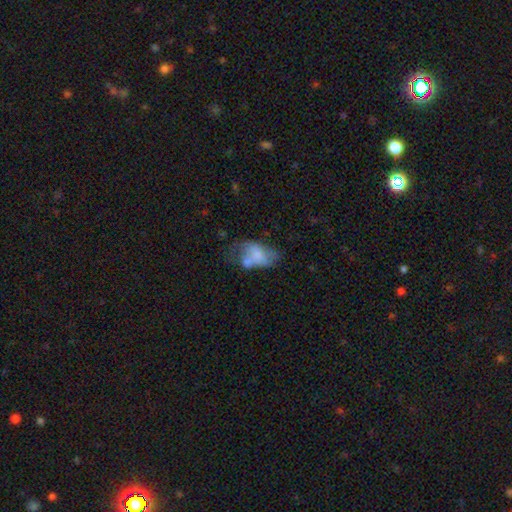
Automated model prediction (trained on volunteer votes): smooth_or_featured: smooth (p=0.54) [alt: featured or disk p=0.37]
how_rounded: in between (p=0.88) [alt: round p=0.11]
merging: major disturbance (p=0.32) [alt: none p=0.23]